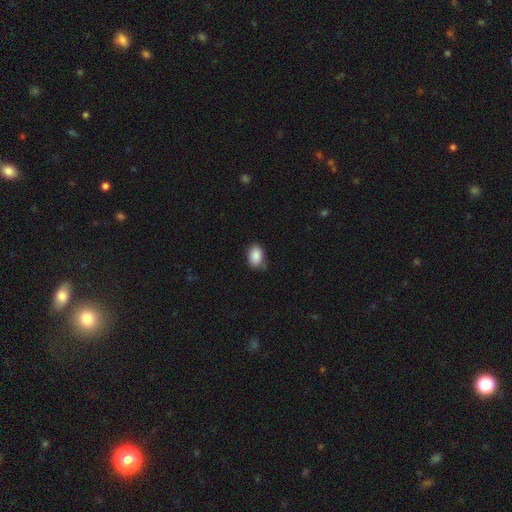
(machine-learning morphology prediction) type=smooth (88%); roundness=in between (80%); merging=none (72%).